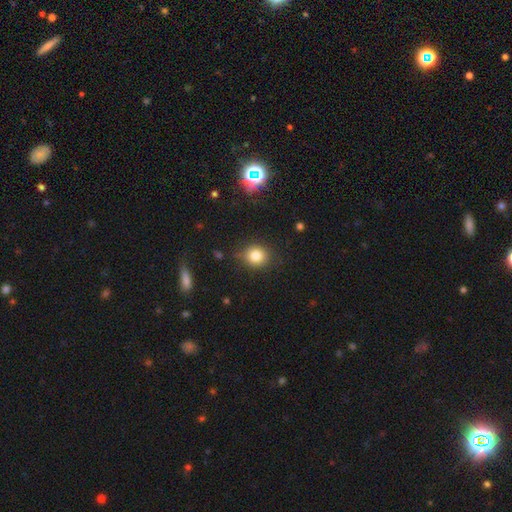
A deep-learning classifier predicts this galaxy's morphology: Smooth or featured: smooth — 81% (star or artifact — 12%)
How rounded: round — 80% (in between — 19%)
Merging: none — 84% (minor disturbance — 11%)